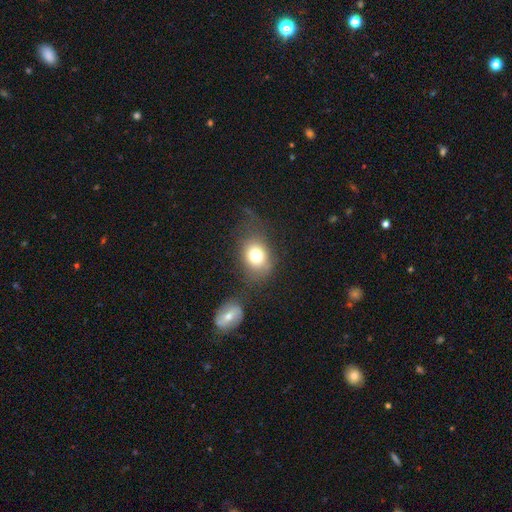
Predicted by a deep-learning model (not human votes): Smooth or featured? smooth (76%)
How rounded? in between (52%)
Merging? none (56%)